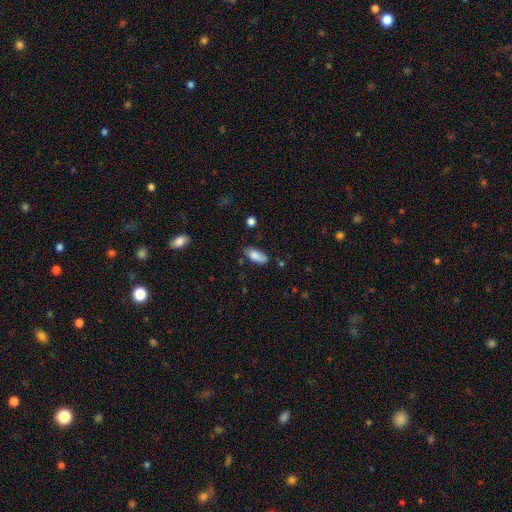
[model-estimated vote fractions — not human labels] Smooth or featured?
  - smooth: 82% *
  - featured or disk: 11%
  - star or artifact: 7%
How rounded?
  - in between: 86% *
  - cigar-shaped: 11%
  - round: 2%
Merging?
  - none: 67% *
  - minor disturbance: 24%
  - major disturbance: 5%
  - merger: 3%